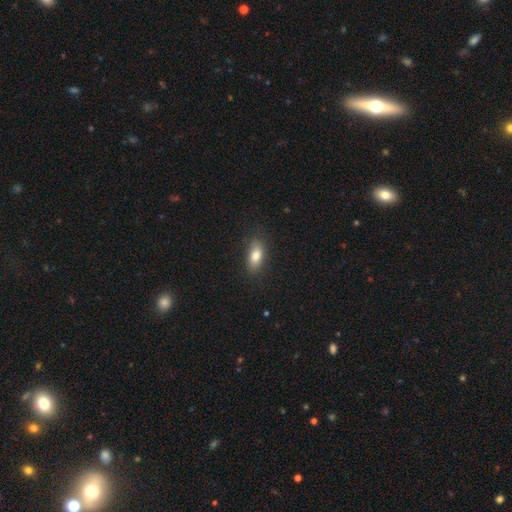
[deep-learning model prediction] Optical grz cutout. It shows a smooth galaxy with no disk features (81%) that is in between round and cigar-shaped (84%). Merging: none (81%).